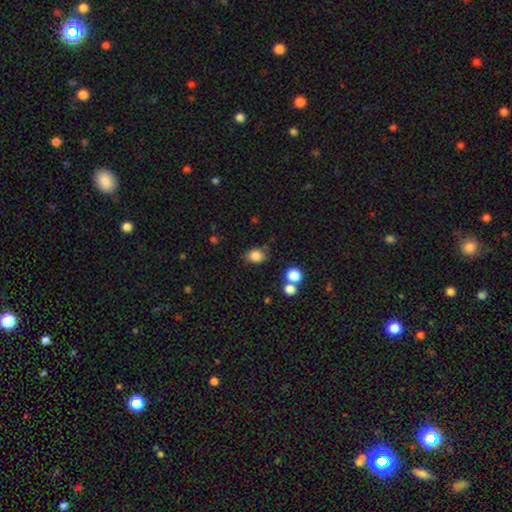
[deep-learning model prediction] Overall: smooth (83%). How rounded: in between (51%; round 48%). Merging: none (72%).